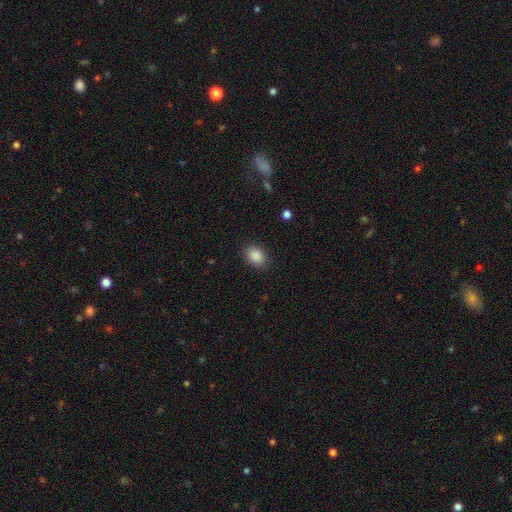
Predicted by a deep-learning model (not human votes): Overall: smooth (88%). How rounded: in between (69%; round 30%). Merging: none (87%).